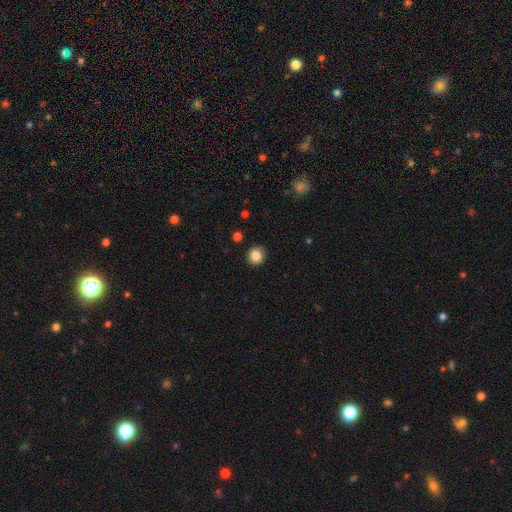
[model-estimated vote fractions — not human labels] Smooth or featured: smooth — 85% (star or artifact — 10%)
How rounded: round — 87% (in between — 12%)
Merging: none — 91% (minor disturbance — 6%)